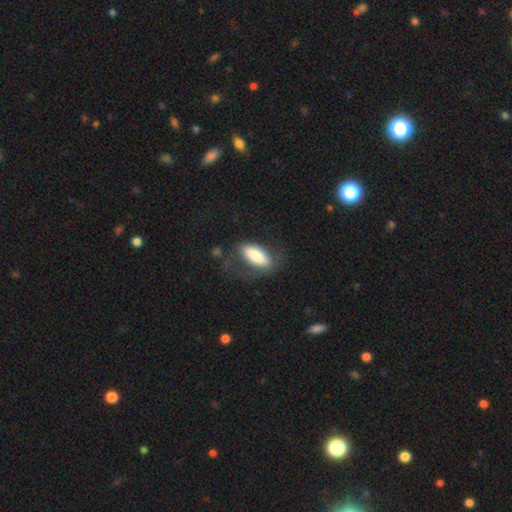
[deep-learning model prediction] smooth 74%, featured or disk 19%, star or artifact 6%. Down the decision tree: how rounded — in between (82%); merging — none (51%).